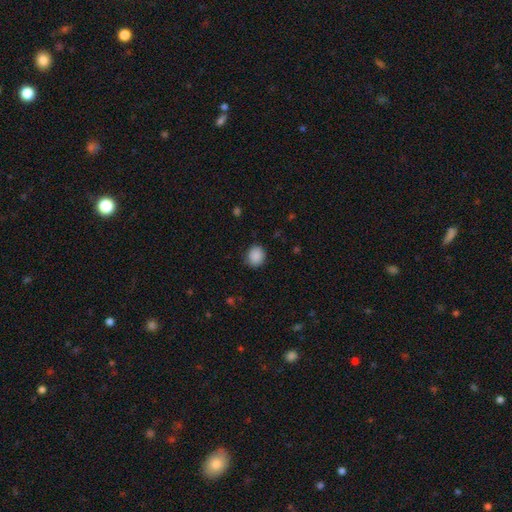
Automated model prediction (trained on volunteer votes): The model was most divided on "how rounded": round: 78%, in between: 22%, cigar-shaped: 1%. More confident: smooth or featured — smooth (89%); merging — none (84%).